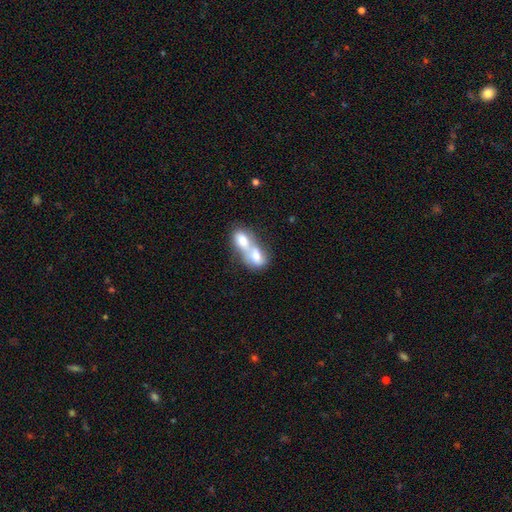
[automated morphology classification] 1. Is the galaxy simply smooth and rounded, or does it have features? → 70% smooth, 23% featured or disk, 7% star or artifact.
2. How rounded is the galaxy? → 77% in between, 19% round, 4% cigar-shaped.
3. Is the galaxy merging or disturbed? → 83% merger, 9% none, 4% minor disturbance, 4% major disturbance.